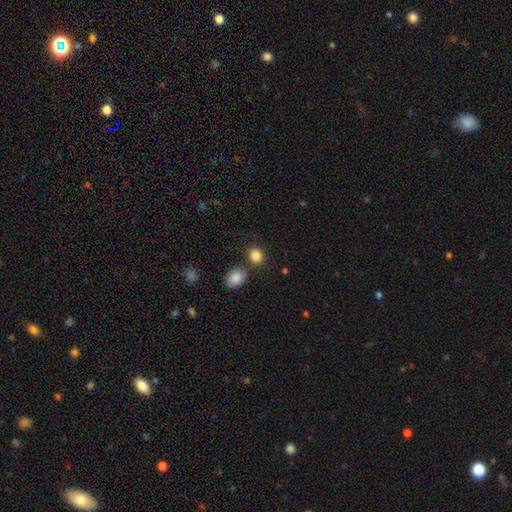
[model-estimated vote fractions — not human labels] A smooth galaxy with no disk features (86%) that is round (66%). Merging: none (75%).